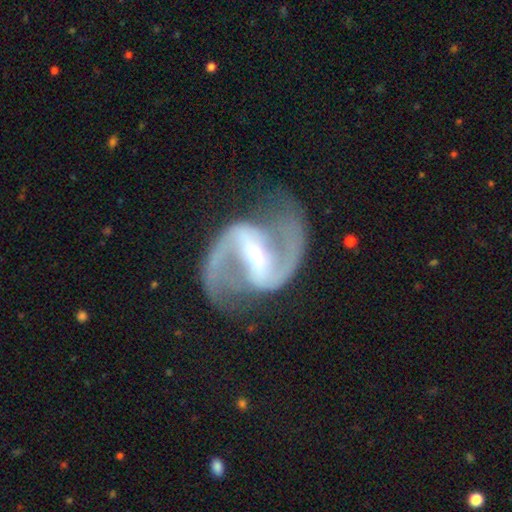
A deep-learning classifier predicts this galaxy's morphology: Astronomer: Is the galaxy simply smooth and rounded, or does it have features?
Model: featured or disk — 94%.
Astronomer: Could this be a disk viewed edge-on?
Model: no — 98%.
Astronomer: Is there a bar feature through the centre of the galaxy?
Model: strong — 59%.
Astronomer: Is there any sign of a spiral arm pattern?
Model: yes — 98%.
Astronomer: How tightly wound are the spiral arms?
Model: medium — 53% (runner-up: loose, 35%).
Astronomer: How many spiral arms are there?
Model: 2 — 95%.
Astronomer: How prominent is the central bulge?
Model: moderate — 54% (runner-up: small, 40%).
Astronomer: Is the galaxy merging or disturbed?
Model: none — 76%.